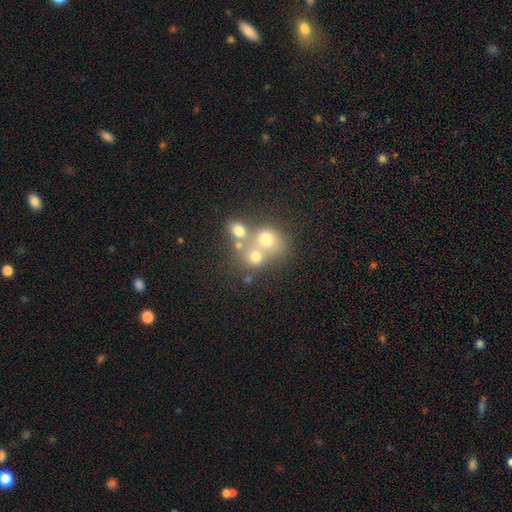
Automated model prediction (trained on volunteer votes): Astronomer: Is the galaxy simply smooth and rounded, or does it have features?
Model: smooth — 53%.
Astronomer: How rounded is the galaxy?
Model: round — 76%.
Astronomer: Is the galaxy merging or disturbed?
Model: merger — 54% (runner-up: none, 34%).